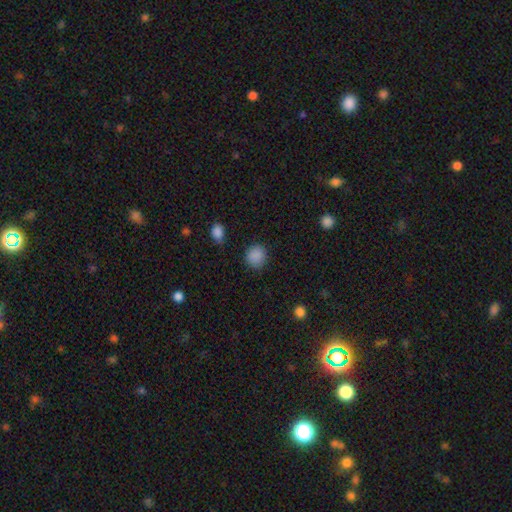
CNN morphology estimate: A smooth galaxy with no disk features (86%) that is round (84%). Merging: none (84%).